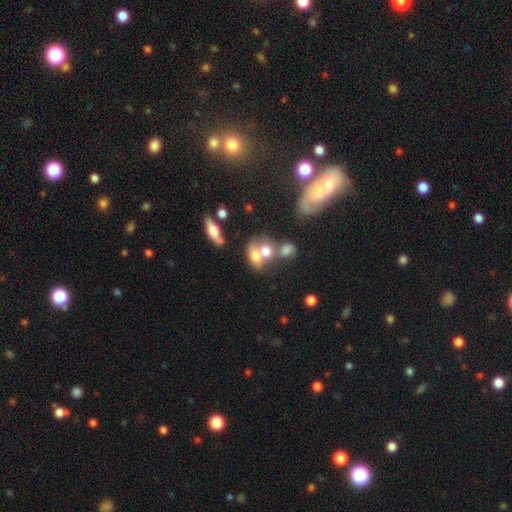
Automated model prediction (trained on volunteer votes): Smooth or featured? smooth (63%)
How rounded? in between (62%)
Merging? merger (61%)